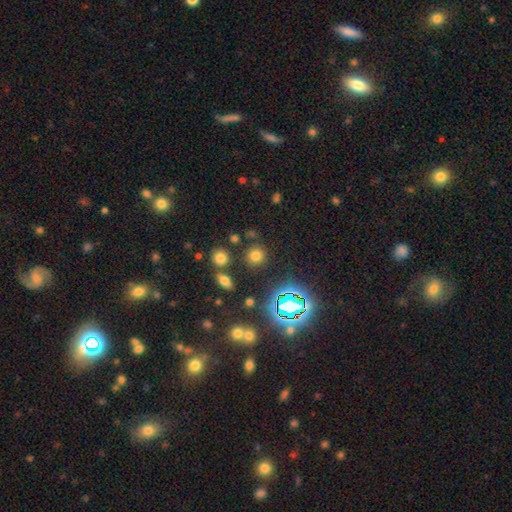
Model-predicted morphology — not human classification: smooth_or_featured: smooth (p=0.69) [alt: star or artifact p=0.24]
how_rounded: round (p=0.89) [alt: in between p=0.10]
merging: none (p=0.85) [alt: minor disturbance p=0.07]